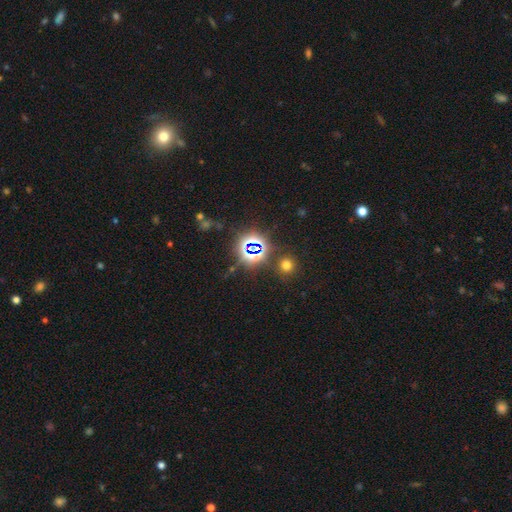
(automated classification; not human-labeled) This appears to be a star or artifact, not a galaxy (71%).